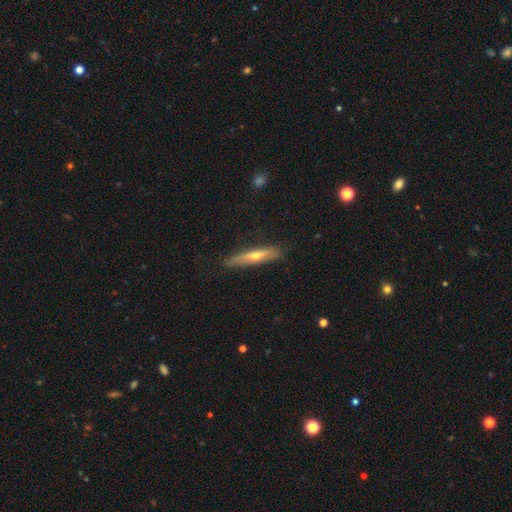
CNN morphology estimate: A featured or disk galaxy (58%) viewed edge-on (90%) with a rounded central bulge (85%). Merging: none (83%).